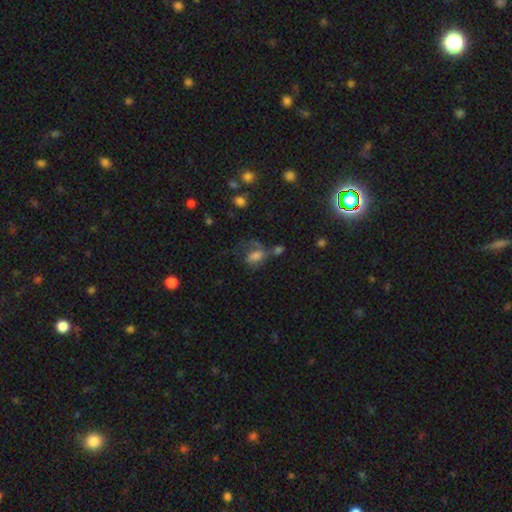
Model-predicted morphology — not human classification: type=smooth (57%); roundness=in between (77%); merging=major disturbance (33%).